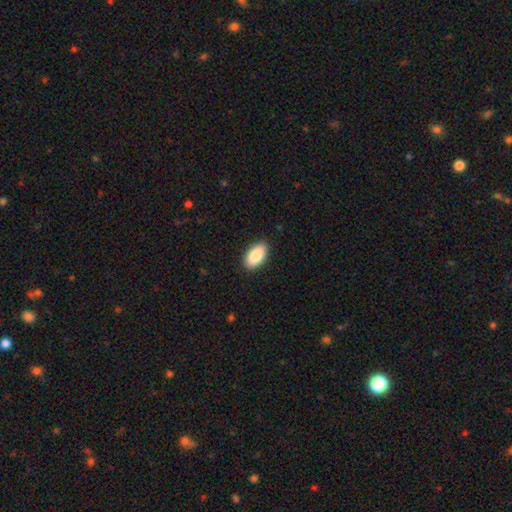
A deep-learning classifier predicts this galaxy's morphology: A smooth galaxy with no disk features (88%) that is in between round and cigar-shaped (95%). Merging: none (89%).